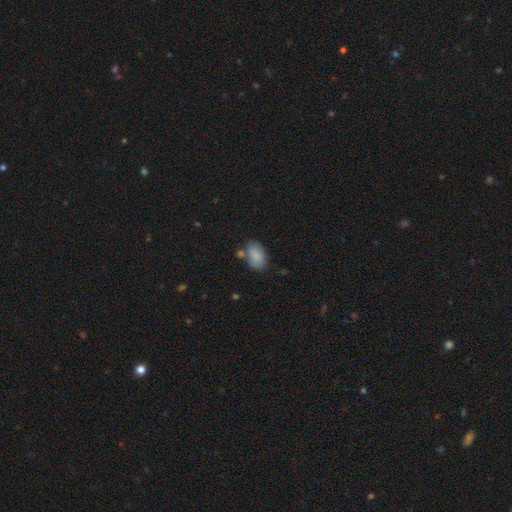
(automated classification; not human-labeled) smooth_or_featured: smooth (p=0.86) [alt: star or artifact p=0.07]
how_rounded: in between (p=0.89) [alt: round p=0.10]
merging: none (p=0.63) [alt: minor disturbance p=0.19]